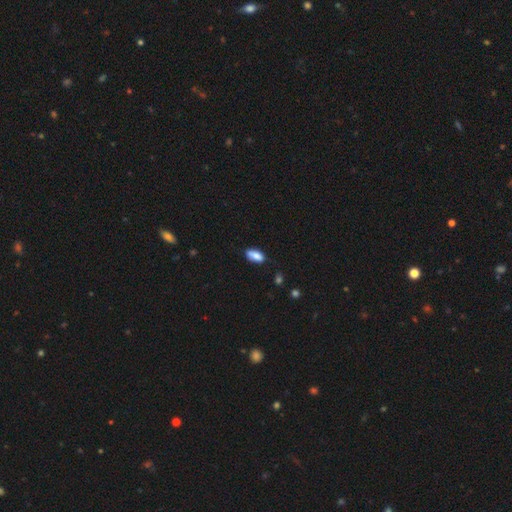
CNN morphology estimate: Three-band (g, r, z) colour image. It shows a smooth galaxy with no disk features (82%) that is in between round and cigar-shaped (87%). Merging: none (64%).